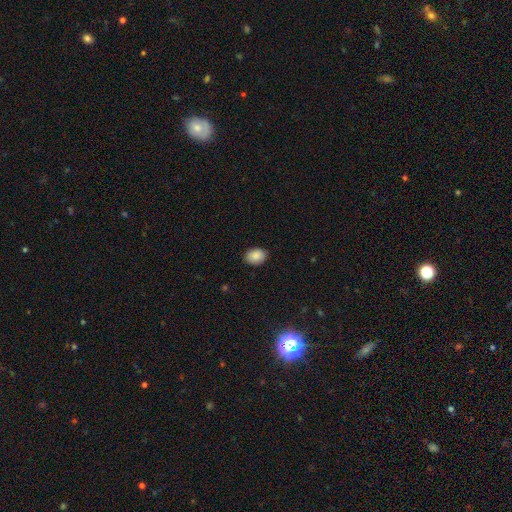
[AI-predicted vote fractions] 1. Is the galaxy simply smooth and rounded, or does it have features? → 88% smooth, 8% star or artifact, 5% featured or disk.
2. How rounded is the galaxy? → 67% in between, 32% round, 1% cigar-shaped.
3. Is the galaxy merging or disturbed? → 87% none, 10% minor disturbance, 2% major disturbance, 1% merger.